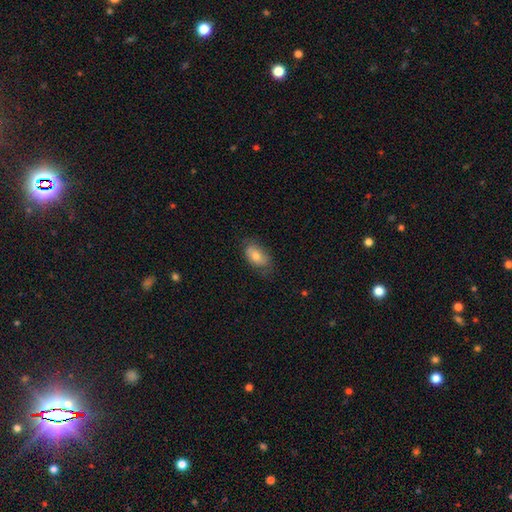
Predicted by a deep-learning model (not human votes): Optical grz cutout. It shows a smooth galaxy with no disk features (72%) that is in between round and cigar-shaped (90%). Merging: none (69%).